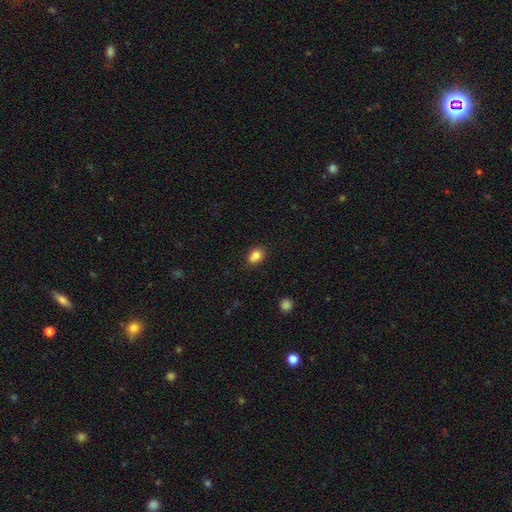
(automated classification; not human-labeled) A smooth galaxy with no disk features (81%) that is in between round and cigar-shaped (60%).

Vote fractions:
- Smooth or featured? smooth: 81% / star or artifact: 10% / featured or disk: 9%
- How rounded? in between: 60% / round: 39% / cigar-shaped: 1%
- Merging? none: 66% / minor disturbance: 17% / merger: 14% / major disturbance: 3%